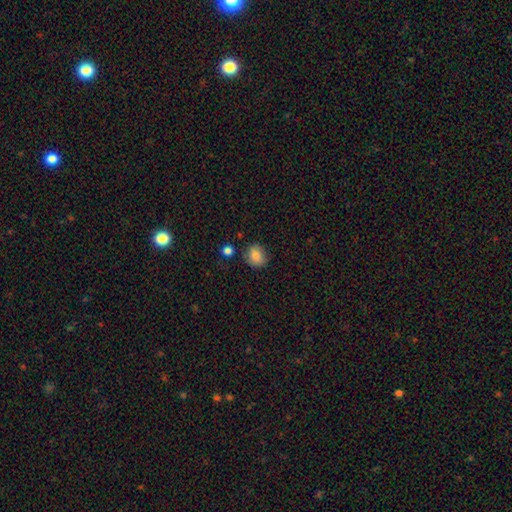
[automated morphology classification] Smooth or featured: smooth — 85% (star or artifact — 9%)
How rounded: round — 71% (in between — 28%)
Merging: none — 80% (minor disturbance — 14%)